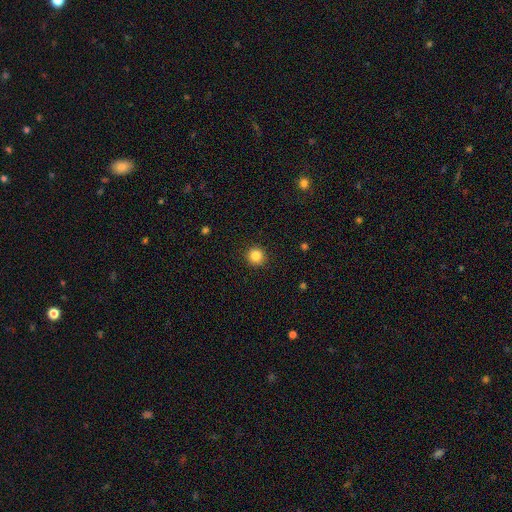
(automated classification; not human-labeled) smooth_or_featured: smooth (p=0.85) [alt: star or artifact p=0.11]
how_rounded: round (p=0.94) [alt: in between p=0.05]
merging: none (p=0.92) [alt: minor disturbance p=0.05]